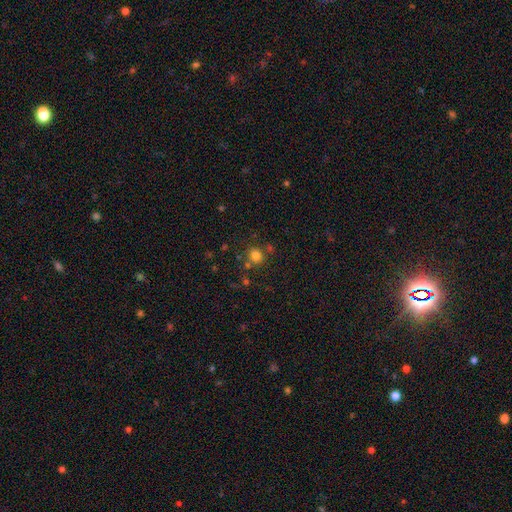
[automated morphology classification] A smooth galaxy with no disk features (78%) that is round (87%). Merging: none (74%).